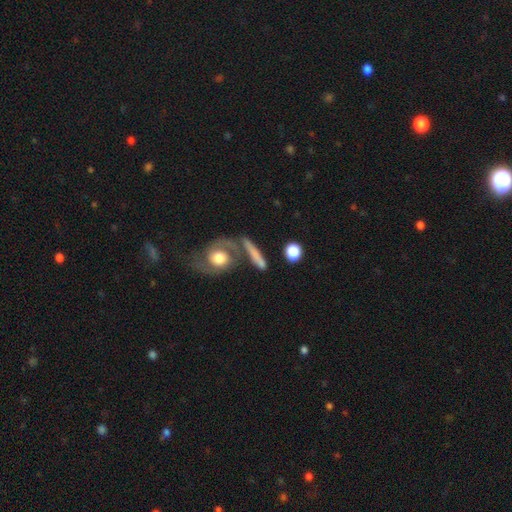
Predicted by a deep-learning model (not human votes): Morphology: type=smooth (56%); roundness=cigar-shaped (60%); merging=none (55%).